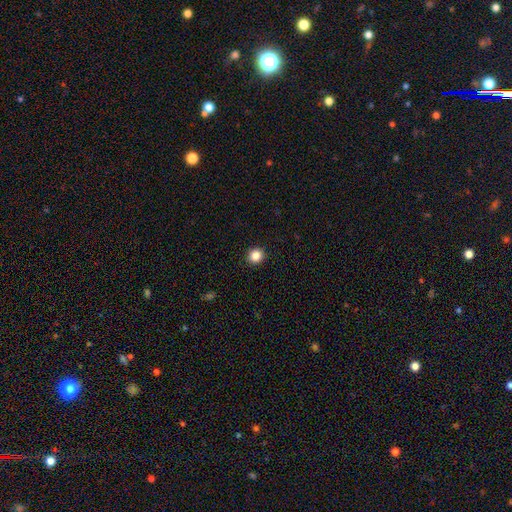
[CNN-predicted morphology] A smooth galaxy with no disk features (85%) that is round (90%).

Vote fractions:
- Smooth or featured? smooth: 85% / star or artifact: 11% / featured or disk: 4%
- How rounded? round: 90% / in between: 9% / cigar-shaped: 1%
- Merging? none: 93% / minor disturbance: 5% / major disturbance: 2% / merger: 1%